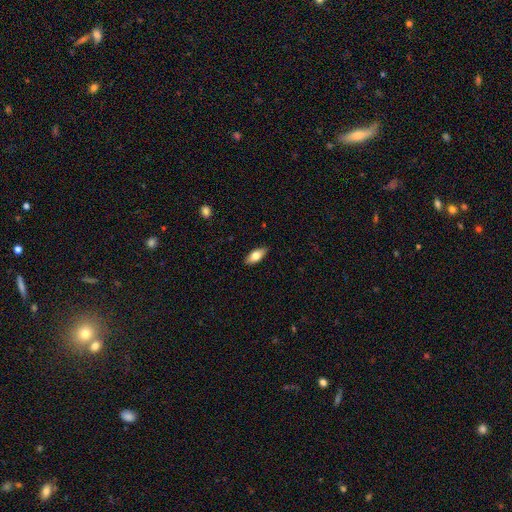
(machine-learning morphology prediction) smooth_or_featured: smooth (p=0.72) [alt: featured or disk p=0.22]
how_rounded: in between (p=0.83) [alt: cigar-shaped p=0.15]
merging: none (p=0.88) [alt: minor disturbance p=0.10]